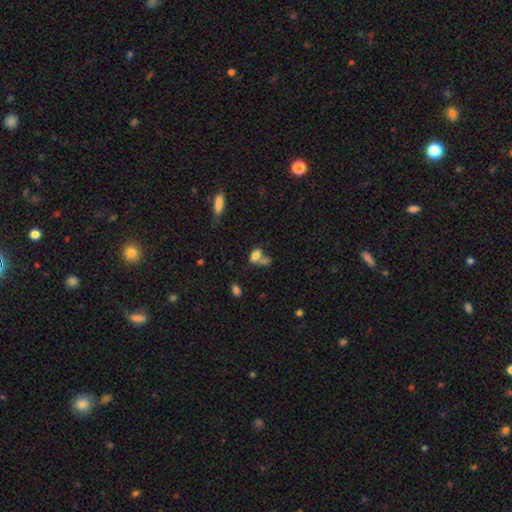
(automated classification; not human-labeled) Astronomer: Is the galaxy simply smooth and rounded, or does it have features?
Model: smooth — 76%.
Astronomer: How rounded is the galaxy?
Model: in between — 79%.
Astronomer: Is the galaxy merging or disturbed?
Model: merger — 48% (runner-up: none, 28%).